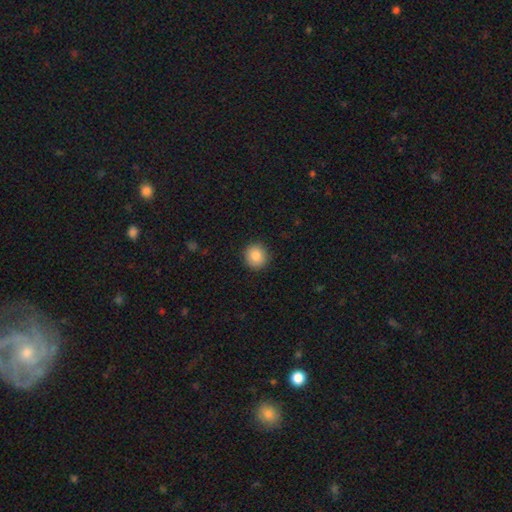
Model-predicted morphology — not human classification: smooth 85%, star or artifact 9%, featured or disk 7%. Down the decision tree: how rounded — round (91%); merging — none (91%).